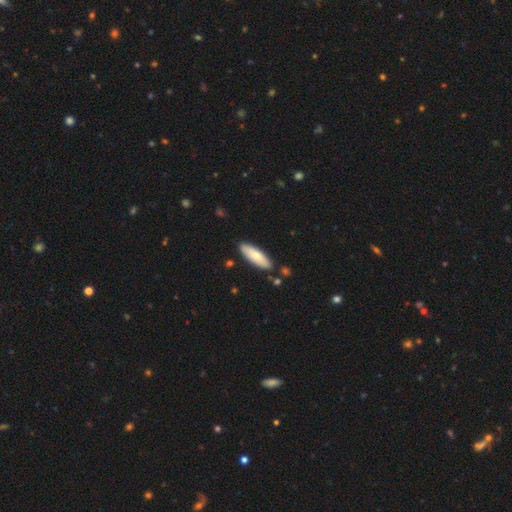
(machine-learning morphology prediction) smooth_or_featured: smooth (p=0.74) [alt: featured or disk p=0.21]
how_rounded: in between (p=0.52) [alt: cigar-shaped p=0.47]
merging: none (p=0.86) [alt: minor disturbance p=0.10]